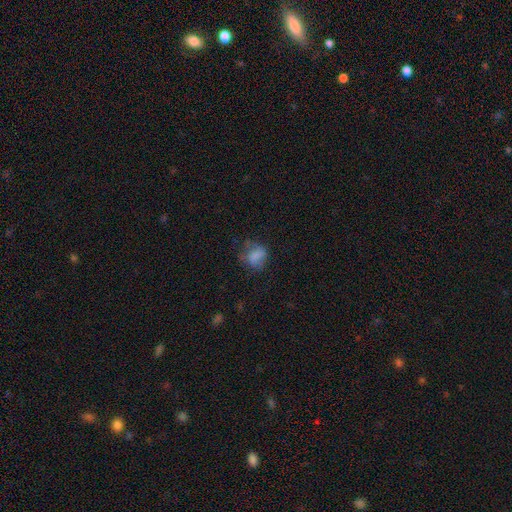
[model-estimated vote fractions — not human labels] smooth-or-featured: smooth: 71% | featured or disk: 17% | star or artifact: 13%
  how-rounded: in between: 51% | round: 47% | cigar-shaped: 2%
  merging: none: 49% | minor disturbance: 28% | major disturbance: 21% | merger: 3%